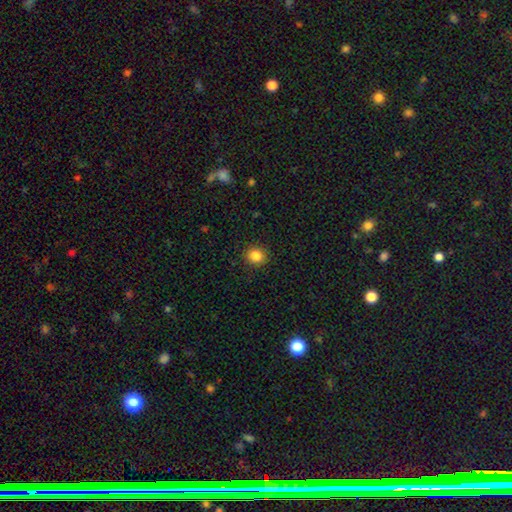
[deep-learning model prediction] Smooth or featured? smooth (85%)
How rounded? round (84%)
Merging? none (90%)